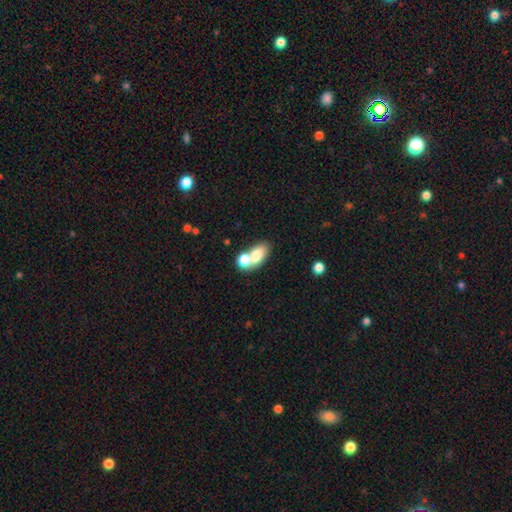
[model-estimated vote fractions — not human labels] Morphology: type=smooth (75%); roundness=in between (82%); merging=merger (52%).